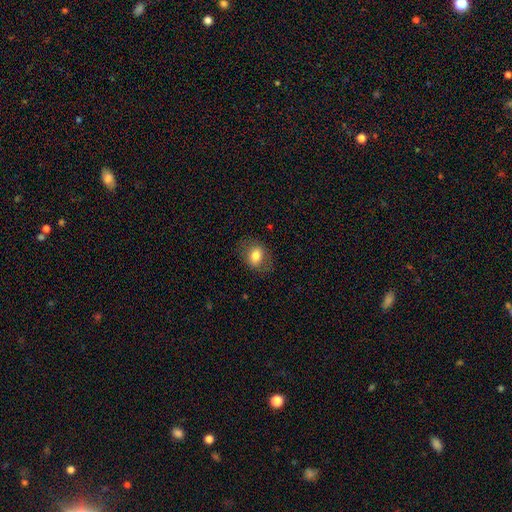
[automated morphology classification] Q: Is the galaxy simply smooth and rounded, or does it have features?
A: smooth — 75%.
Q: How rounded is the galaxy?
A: in between — 60%.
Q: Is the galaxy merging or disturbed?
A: none — 78%.